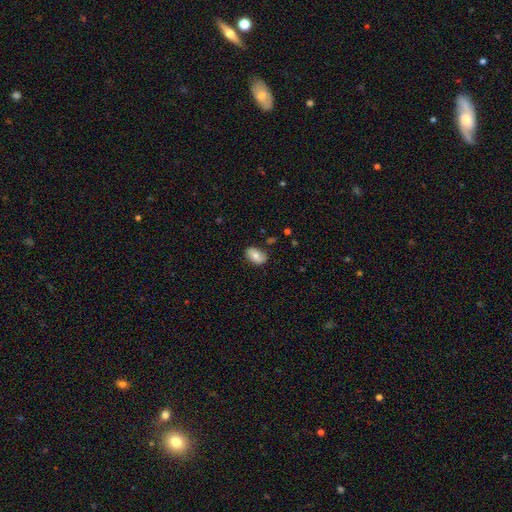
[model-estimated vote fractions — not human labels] Overall: smooth (75%). How rounded: in between (91%). Merging: none (81%).